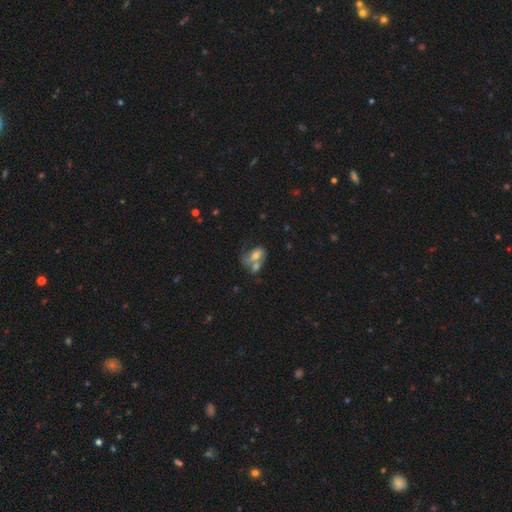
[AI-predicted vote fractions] The model was most divided on "smooth or featured": smooth: 57%, featured or disk: 34%, star or artifact: 9%. More confident: how rounded — in between (84%); merging — merger (54%).